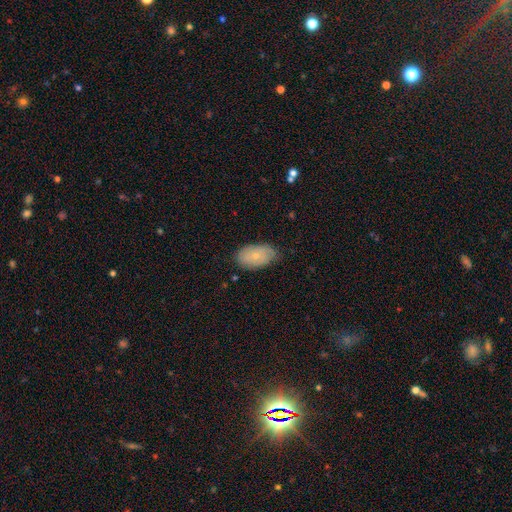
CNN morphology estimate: smooth-or-featured: smooth: 68% | featured or disk: 25% | star or artifact: 7%
  how-rounded: in between: 92% | round: 6% | cigar-shaped: 2%
  merging: none: 73% | minor disturbance: 22% | major disturbance: 4% | merger: 1%